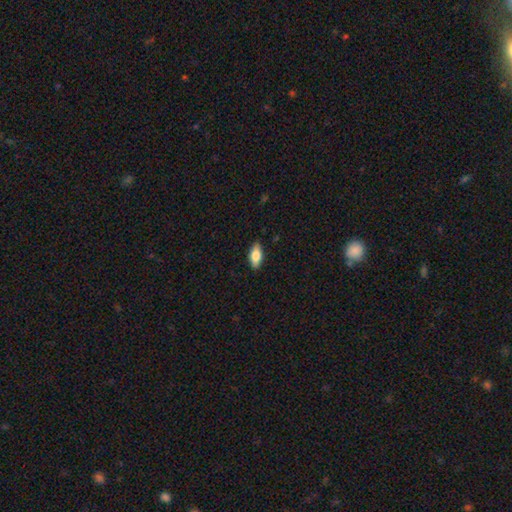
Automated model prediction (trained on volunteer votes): This is likely a smooth galaxy (75%). How rounded: clearly in between (84%). Merging: clearly none (88%).